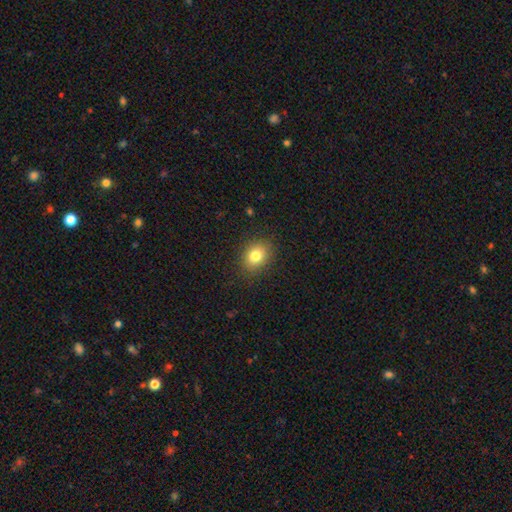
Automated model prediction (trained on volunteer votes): Smooth or featured: smooth — 80% (star or artifact — 11%)
How rounded: round — 51% (in between — 48%)
Merging: none — 87% (minor disturbance — 9%)